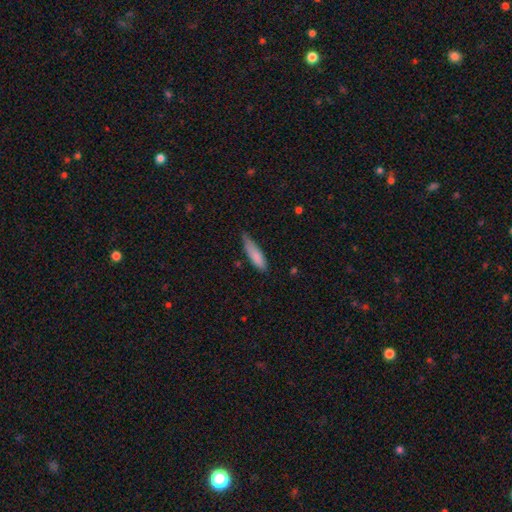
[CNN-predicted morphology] Smooth or featured: smooth — 83% (featured or disk — 11%)
How rounded: cigar-shaped — 69% (in between — 29%)
Merging: none — 56% (minor disturbance — 35%)